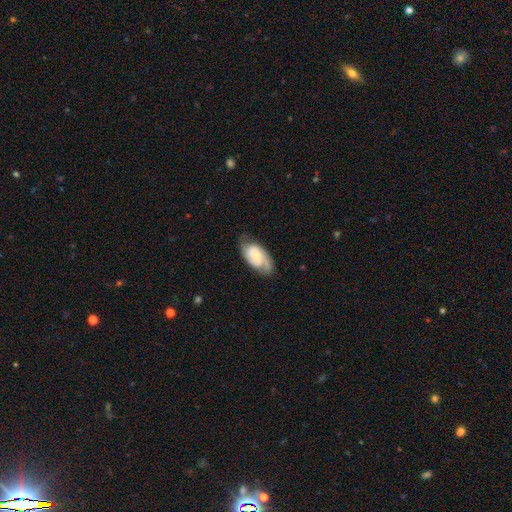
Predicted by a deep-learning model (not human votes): A featured or disk galaxy (66%) with no bar (62%), 2 (66%) medium (43%) spiral arms (92%) and a small central bulge (55%). Merging: none (65%).